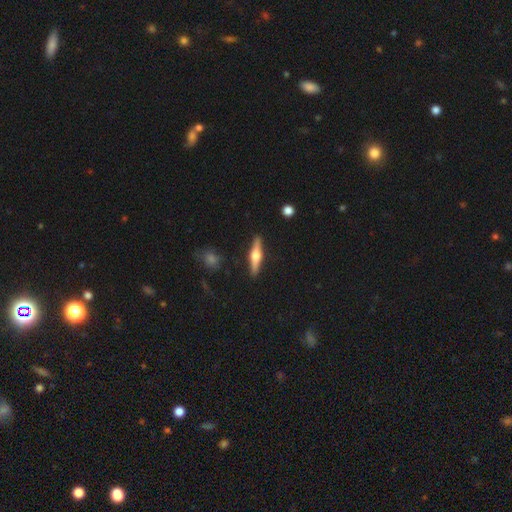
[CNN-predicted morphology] This is likely a featured or disk galaxy (64%). It is clearly viewed edge-on (97%). Edge-on bulge: clearly rounded (93%). Merging: clearly none (90%).